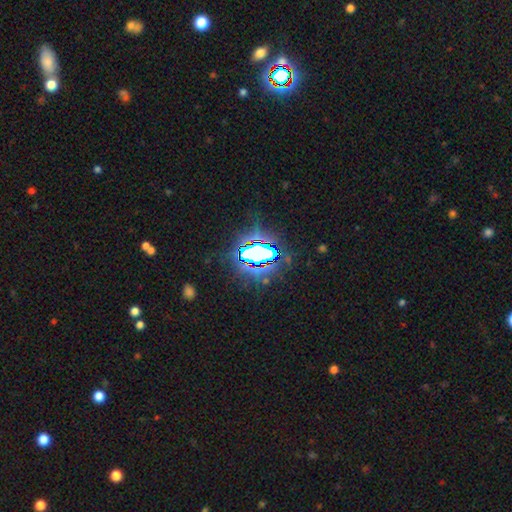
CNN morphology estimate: A star or artifact, not a galaxy (72%).